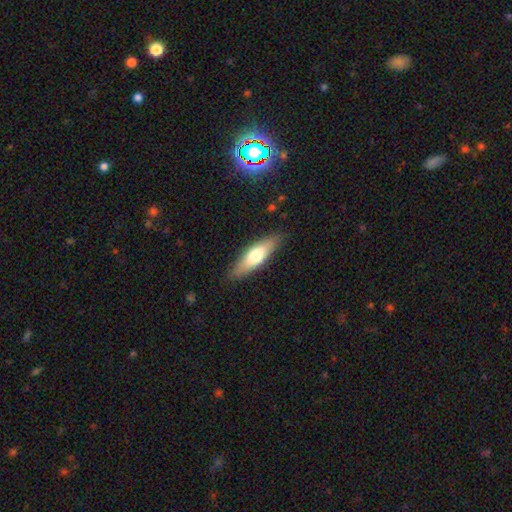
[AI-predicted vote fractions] A smooth galaxy with no disk features (60%) that is cigar-shaped (54%).

Vote fractions:
- Smooth or featured? smooth: 60% / featured or disk: 35% / star or artifact: 6%
- How rounded? cigar-shaped: 54% / in between: 44% / round: 2%
- Merging? none: 86% / minor disturbance: 10% / major disturbance: 2% / merger: 1%